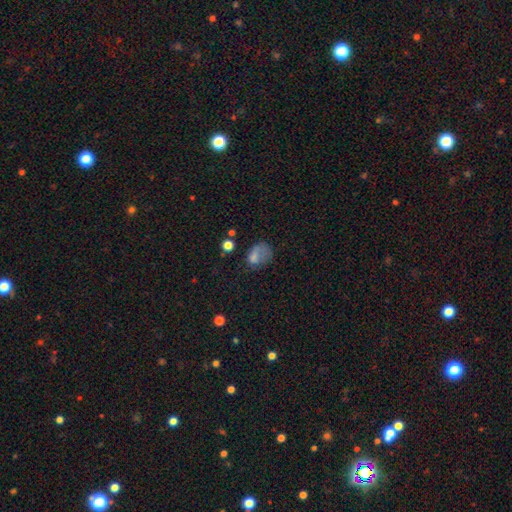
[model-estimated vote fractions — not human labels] Smooth or featured? Predicted: smooth (p=0.68). How rounded? Predicted: in between (p=0.67). Merging? Predicted: major disturbance (p=0.38).